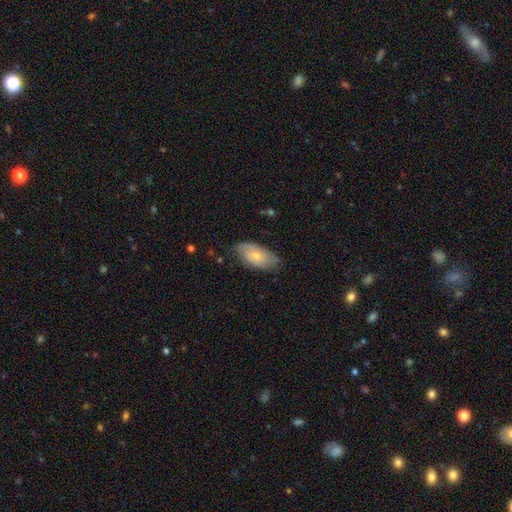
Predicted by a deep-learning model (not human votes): Overall: smooth (55%; featured or disk 39%). How rounded: in between (92%). Merging: none (67%).